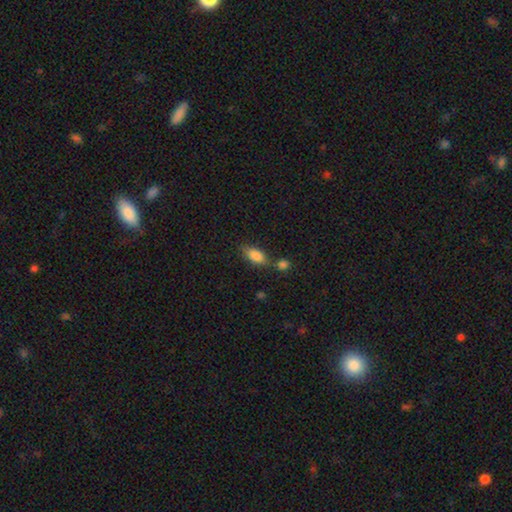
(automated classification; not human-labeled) Smooth or featured: smooth — 83% (featured or disk — 9%)
How rounded: in between — 85% (cigar-shaped — 11%)
Merging: none — 59% (merger — 19%)